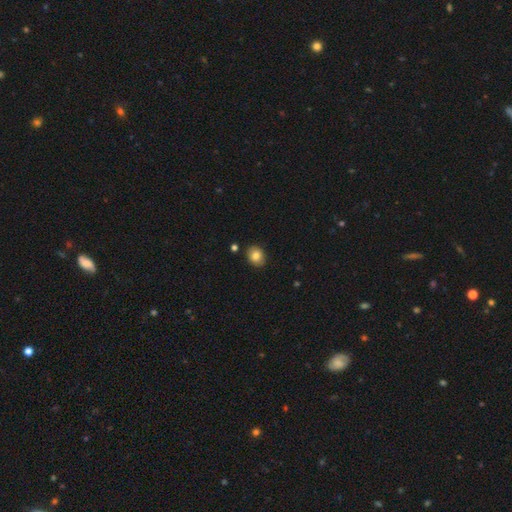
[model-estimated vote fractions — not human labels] Morphology: type=smooth (83%); roundness=in between (51%); merging=none (87%).